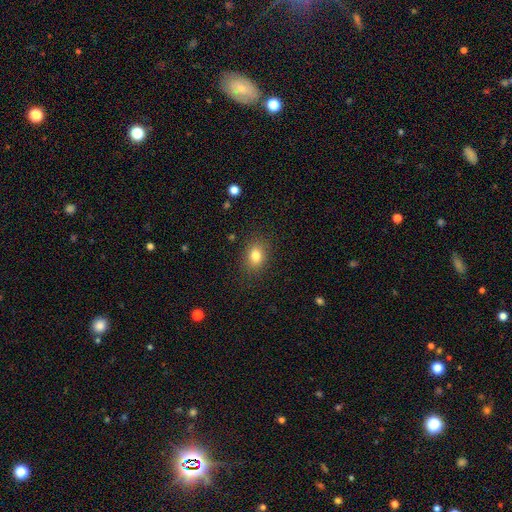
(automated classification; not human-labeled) A smooth galaxy with no disk features (81%) that is in between round and cigar-shaped (64%). Merging: none (86%).